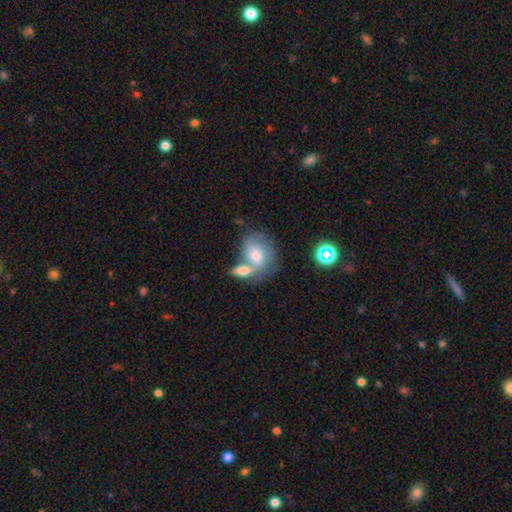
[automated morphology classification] Smooth or featured? Predicted: featured or disk (p=0.48). Merging? Predicted: merger (p=0.52).